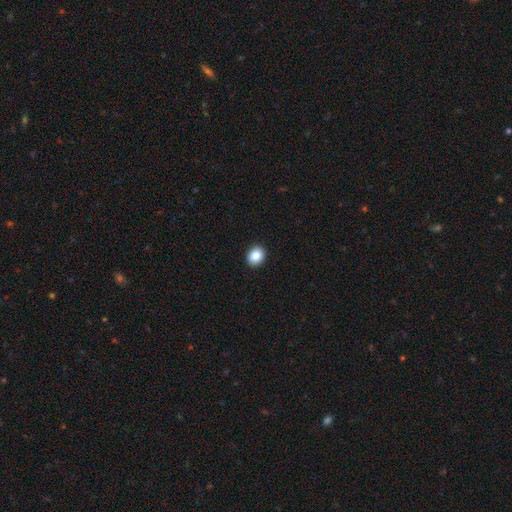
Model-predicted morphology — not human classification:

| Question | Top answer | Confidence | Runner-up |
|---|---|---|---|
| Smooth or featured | smooth | 87% | star or artifact (9%) |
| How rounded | round | 53% | in between (46%) |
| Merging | none | 92% | minor disturbance (6%) |